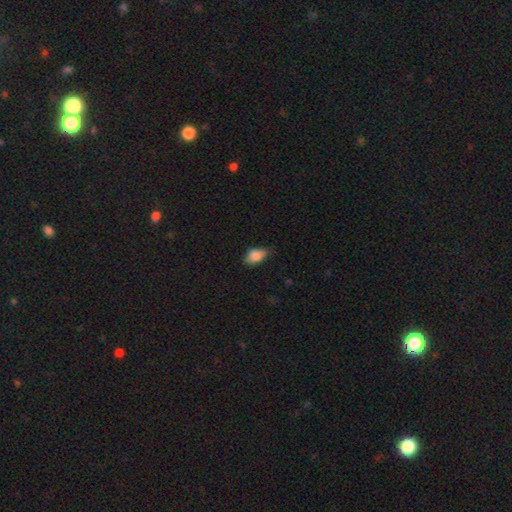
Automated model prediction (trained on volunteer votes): smooth_or_featured: smooth (p=0.85) [alt: star or artifact p=0.08]
how_rounded: in between (p=0.86) [alt: round p=0.11]
merging: none (p=0.58) [alt: minor disturbance p=0.35]